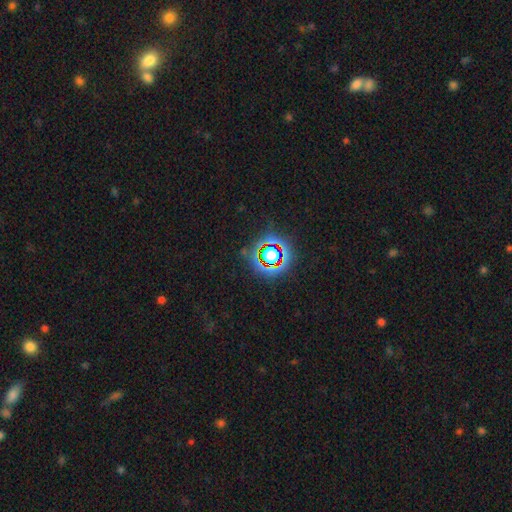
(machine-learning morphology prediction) smooth_or_featured: star or artifact (p=0.80) [alt: smooth p=0.12]